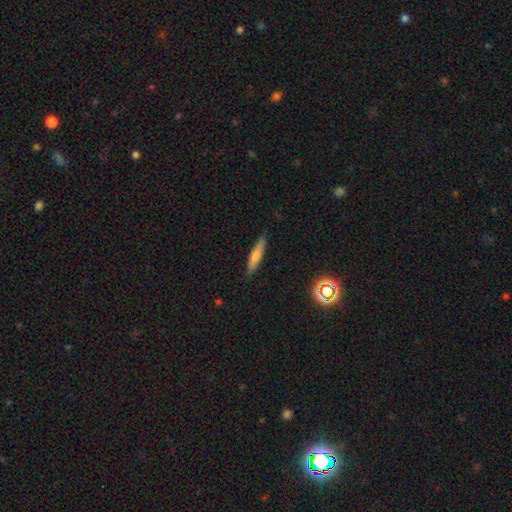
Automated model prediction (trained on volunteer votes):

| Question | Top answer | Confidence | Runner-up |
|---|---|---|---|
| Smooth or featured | smooth | 73% | featured or disk (21%) |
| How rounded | cigar-shaped | 87% | in between (12%) |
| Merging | none | 86% | minor disturbance (11%) |